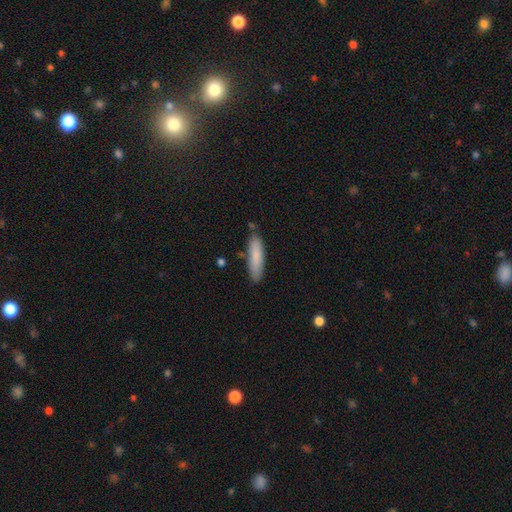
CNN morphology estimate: smooth_or_featured: smooth (p=0.84) [alt: featured or disk p=0.10]
how_rounded: cigar-shaped (p=0.71) [alt: in between p=0.27]
merging: none (p=0.77) [alt: minor disturbance p=0.16]